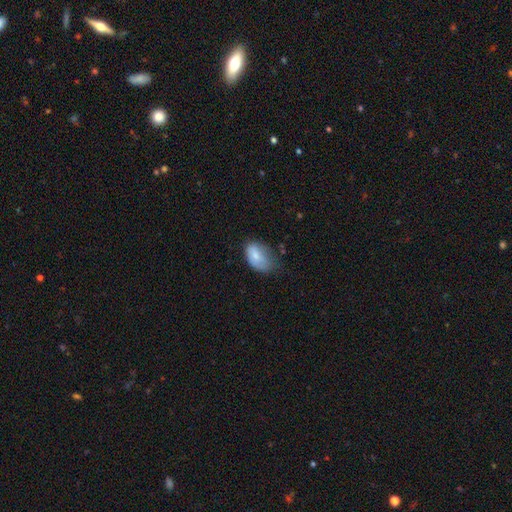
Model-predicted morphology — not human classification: smooth 77%, featured or disk 16%, star or artifact 8%. Down the decision tree: how rounded — in between (91%); merging — minor disturbance (43%).